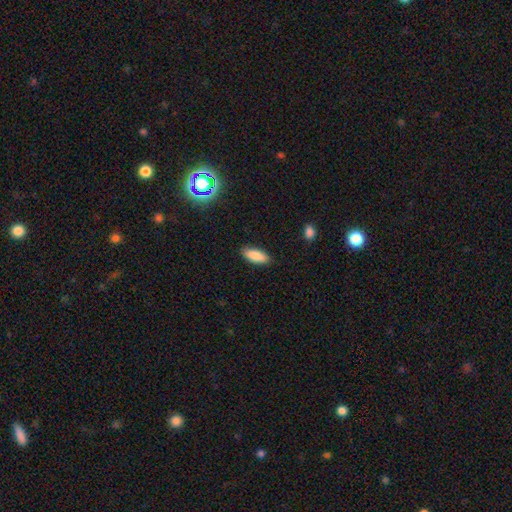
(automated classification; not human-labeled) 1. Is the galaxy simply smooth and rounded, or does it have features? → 85% smooth, 8% featured or disk, 7% star or artifact.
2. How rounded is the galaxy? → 76% in between, 22% cigar-shaped, 2% round.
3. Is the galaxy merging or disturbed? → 87% none, 10% minor disturbance, 2% major disturbance, 1% merger.